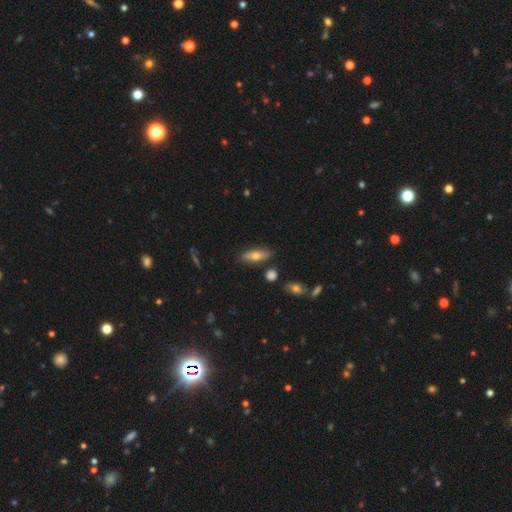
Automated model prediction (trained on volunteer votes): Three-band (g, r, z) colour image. It shows a smooth galaxy with no disk features (65%) that is in between round and cigar-shaped (55%). Merging: none (81%).